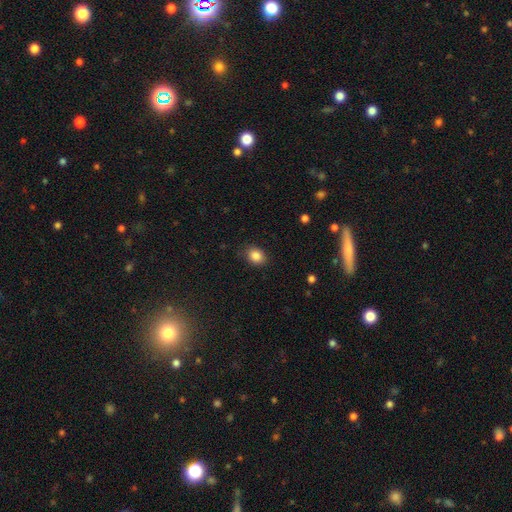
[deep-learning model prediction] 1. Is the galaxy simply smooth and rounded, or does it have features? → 86% smooth, 9% star or artifact, 4% featured or disk.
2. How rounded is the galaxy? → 50% round (tied), 50% in between (tied), 1% cigar-shaped.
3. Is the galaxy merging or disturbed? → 84% none, 12% minor disturbance, 3% major disturbance, 1% merger.